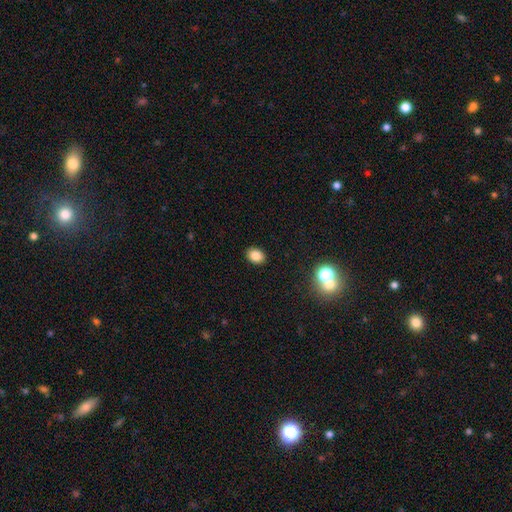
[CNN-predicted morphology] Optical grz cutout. It shows a smooth galaxy with no disk features (83%) that is in between round and cigar-shaped (63%). Merging: none (90%).